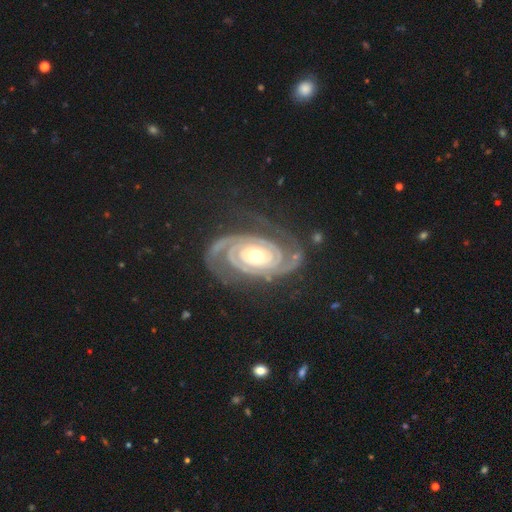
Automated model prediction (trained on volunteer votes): Smooth or featured? Predicted: featured or disk (p=0.92). Edge-on disk? Predicted: no (p=0.97). Bar? Predicted: no (p=0.72). Spiral arms? Predicted: yes (p=0.98). Spiral winding? Predicted: tight (p=0.82). Spiral arm count? Predicted: 2 (p=0.74). Bulge size? Predicted: moderate (p=0.69). Merging? Predicted: none (p=0.75).